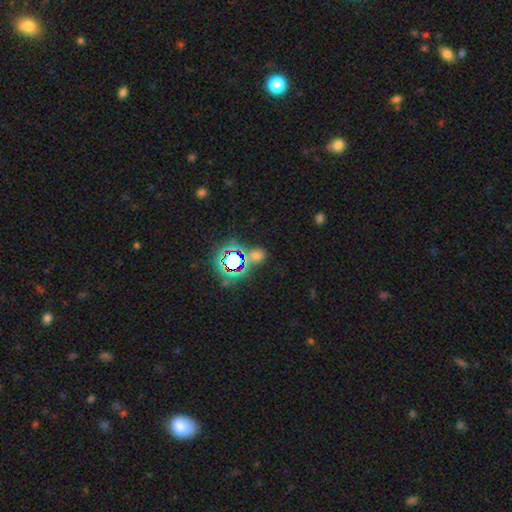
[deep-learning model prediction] This is possibly a smooth galaxy (48%). Merging: likely none (72%).